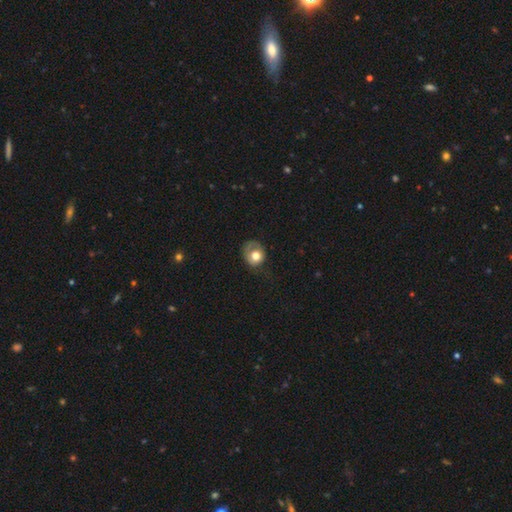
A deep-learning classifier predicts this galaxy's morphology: Smooth or featured?
  - smooth: 69% *
  - featured or disk: 21%
  - star or artifact: 9%
How rounded?
  - round: 66% *
  - in between: 33%
  - cigar-shaped: 1%
Merging?
  - none: 44% *
  - minor disturbance: 30%
  - major disturbance: 24%
  - merger: 2%